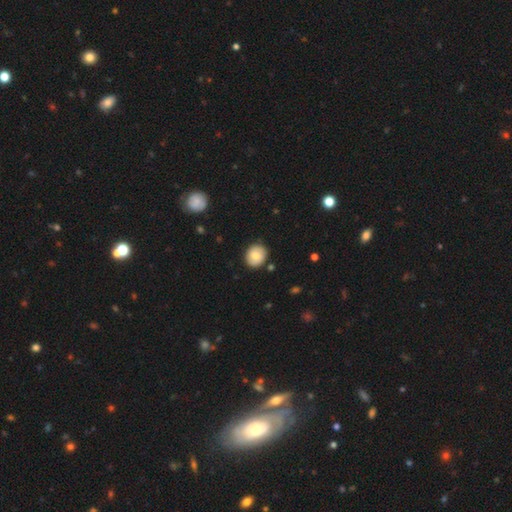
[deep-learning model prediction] smooth-or-featured: smooth: 77% | featured or disk: 16% | star or artifact: 8%
  how-rounded: round: 73% | in between: 26% | cigar-shaped: 1%
  merging: none: 85% | minor disturbance: 11% | major disturbance: 2% | merger: 2%